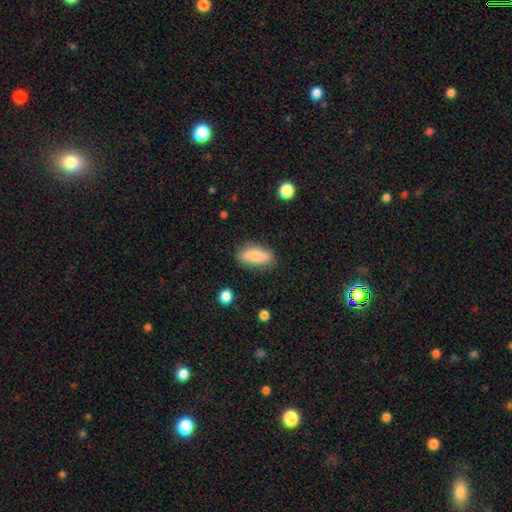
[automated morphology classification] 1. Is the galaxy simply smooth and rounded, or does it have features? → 78% smooth, 16% featured or disk, 7% star or artifact.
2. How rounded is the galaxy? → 82% in between, 15% cigar-shaped, 3% round.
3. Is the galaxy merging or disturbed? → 80% none, 14% minor disturbance, 3% major disturbance, 2% merger.